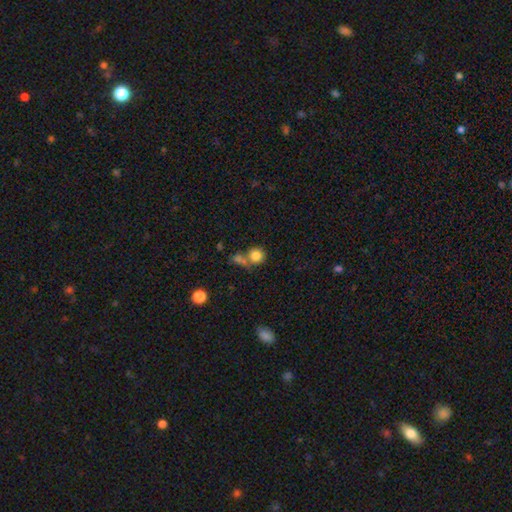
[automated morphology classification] The model was most divided on "merging": none: 52%, merger: 34%, minor disturbance: 9%, major disturbance: 5%. More confident: how rounded — round (89%); smooth or featured — smooth (81%).